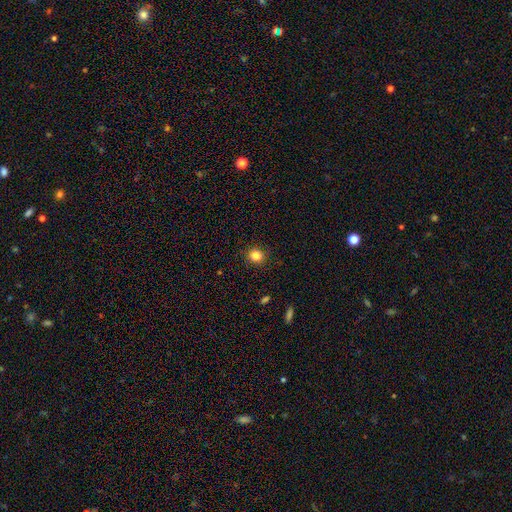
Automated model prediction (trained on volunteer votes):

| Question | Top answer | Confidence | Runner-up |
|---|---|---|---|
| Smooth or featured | smooth | 84% | star or artifact (11%) |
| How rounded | round | 88% | in between (11%) |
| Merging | none | 90% | minor disturbance (7%) |